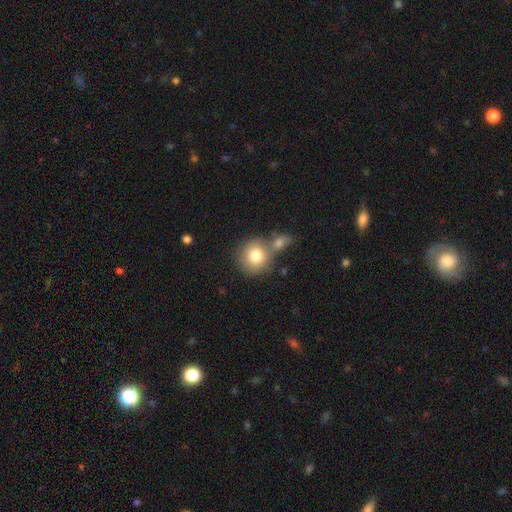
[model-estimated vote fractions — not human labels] This appears to be a smooth galaxy with no disk features (79%) that is round (89%). Merging: none (53%).